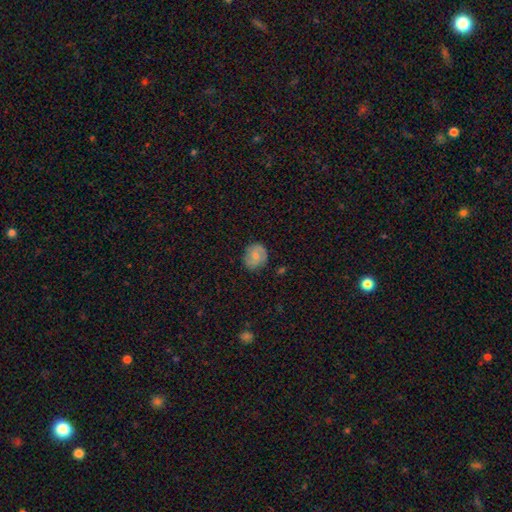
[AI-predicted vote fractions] smooth-or-featured: smooth: 54% | featured or disk: 38% | star or artifact: 8%
  how-rounded: round: 67% | in between: 31% | cigar-shaped: 1%
  merging: none: 77% | minor disturbance: 18% | major disturbance: 4% | merger: 1%